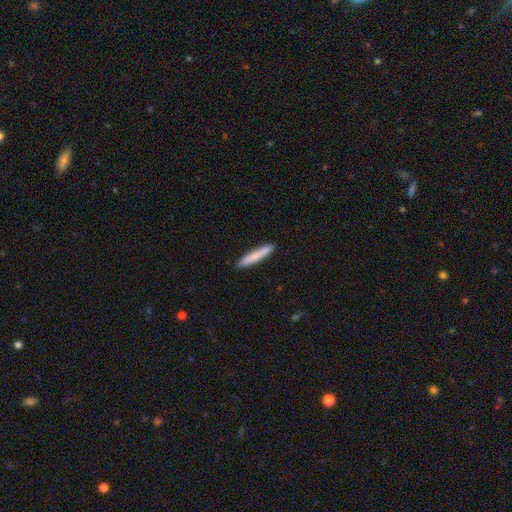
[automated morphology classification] Smooth or featured: smooth — 79% (featured or disk — 15%)
How rounded: cigar-shaped — 94% (in between — 5%)
Merging: none — 90% (minor disturbance — 8%)